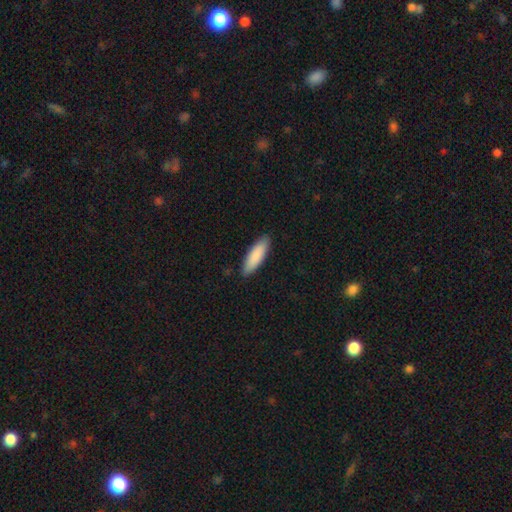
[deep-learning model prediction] Smooth or featured?
  - smooth: 88% *
  - featured or disk: 7%
  - star or artifact: 5%
How rounded?
  - in between: 51% *
  - cigar-shaped: 48%
  - round: 1%
Merging?
  - none: 88% *
  - minor disturbance: 9%
  - major disturbance: 2%
  - merger: 1%